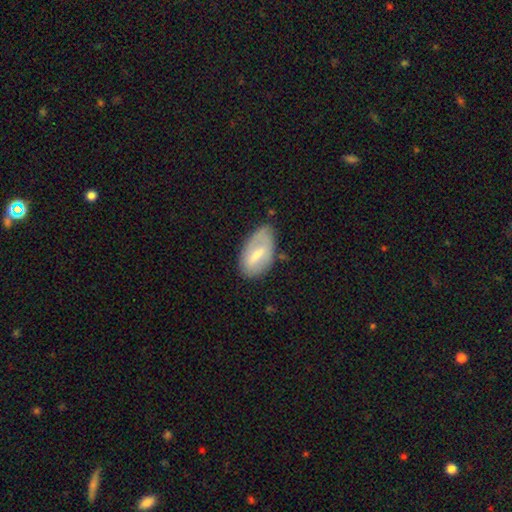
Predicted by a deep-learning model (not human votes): smooth_or_featured: smooth (p=0.52) [alt: featured or disk p=0.42]
how_rounded: in between (p=0.91) [alt: cigar-shaped p=0.05]
merging: none (p=0.57) [alt: minor disturbance p=0.33]